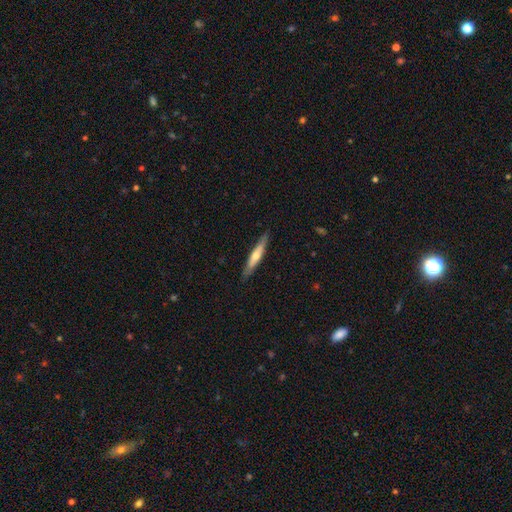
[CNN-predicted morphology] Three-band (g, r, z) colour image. It shows a featured or disk galaxy (51%) viewed edge-on (92%). Merging: none (87%).